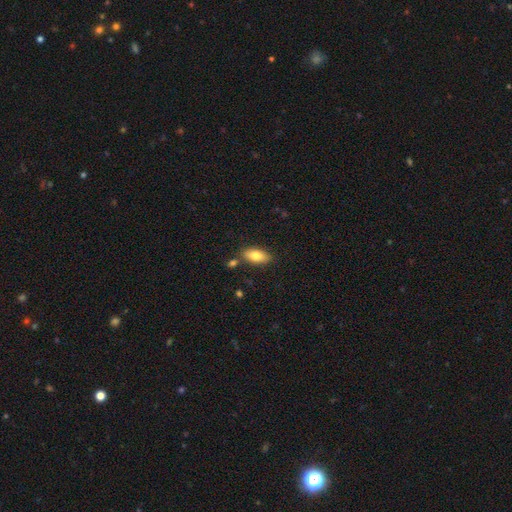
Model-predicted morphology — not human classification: type=smooth (79%); roundness=in between (86%); merging=none (80%).